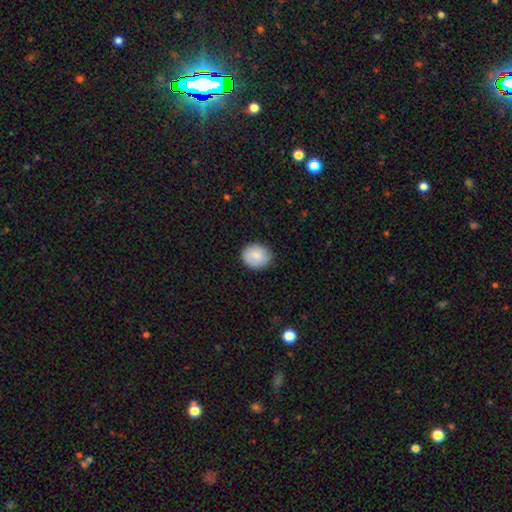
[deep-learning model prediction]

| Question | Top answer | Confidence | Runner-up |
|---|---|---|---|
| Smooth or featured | smooth | 86% | featured or disk (7%) |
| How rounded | round | 69% | in between (30%) |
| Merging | none | 86% | minor disturbance (11%) |